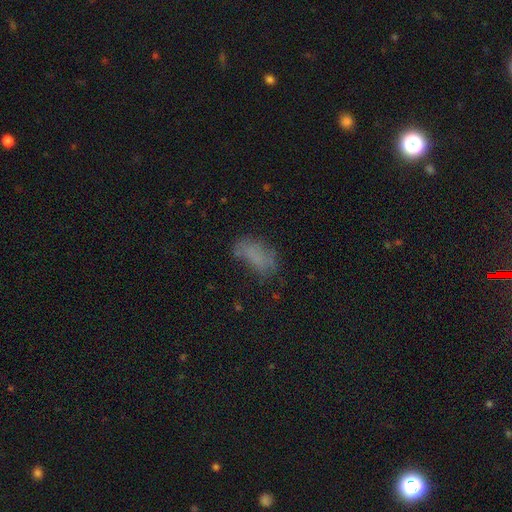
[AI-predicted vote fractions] A smooth galaxy with no disk features (64%) that is in between round and cigar-shaped (88%). Merging: none (48%).